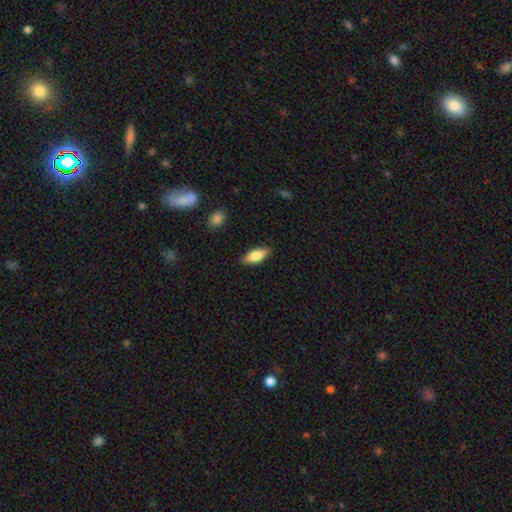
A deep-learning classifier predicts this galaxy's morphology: This is likely a smooth galaxy (78%). How rounded: likely in between (78%). Merging: clearly none (87%).